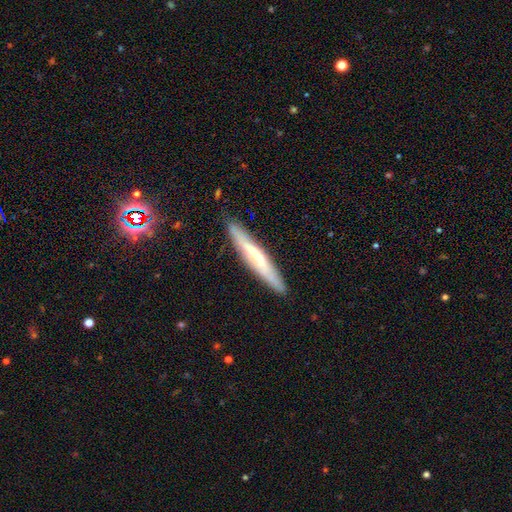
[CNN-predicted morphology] Q: Smooth or featured?
A: featured or disk (49%); runner-up: smooth (45%)
Q: Merging?
A: none (88%); runner-up: minor disturbance (9%)